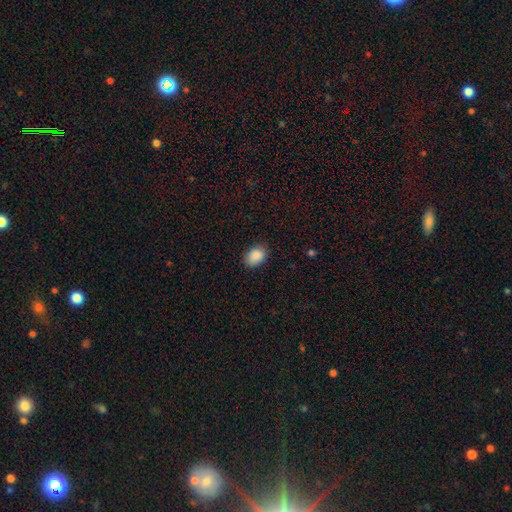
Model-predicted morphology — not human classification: Smooth or featured?
  - smooth: 89% *
  - star or artifact: 8%
  - featured or disk: 3%
How rounded?
  - in between: 77% *
  - round: 22%
  - cigar-shaped: 1%
Merging?
  - none: 82% *
  - minor disturbance: 14%
  - major disturbance: 3%
  - merger: 1%